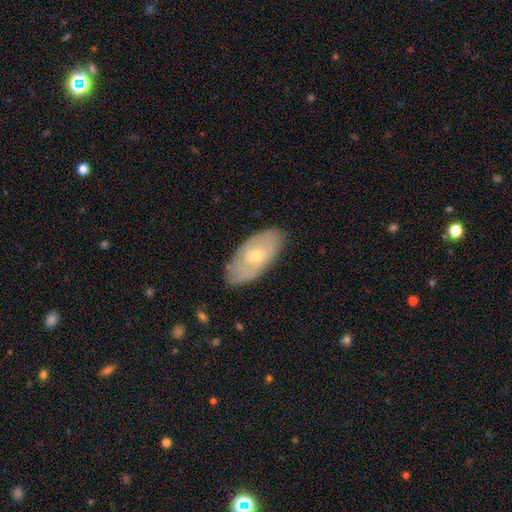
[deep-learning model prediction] A featured or disk galaxy (56%). Merging: none (79%).